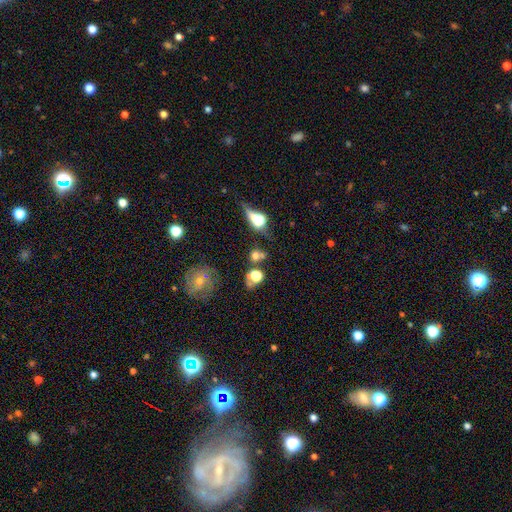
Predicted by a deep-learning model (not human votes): Smooth or featured? smooth (57%)
How rounded? round (78%)
Merging? none (51%)